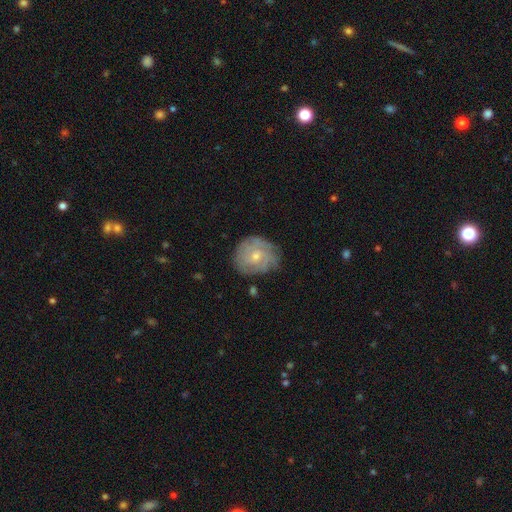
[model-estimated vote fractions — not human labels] This appears to be a featured or disk galaxy (68%) with no bar (75%), tight (69%) spiral arms (87%) and a small central bulge (56%). Merging: none (74%).